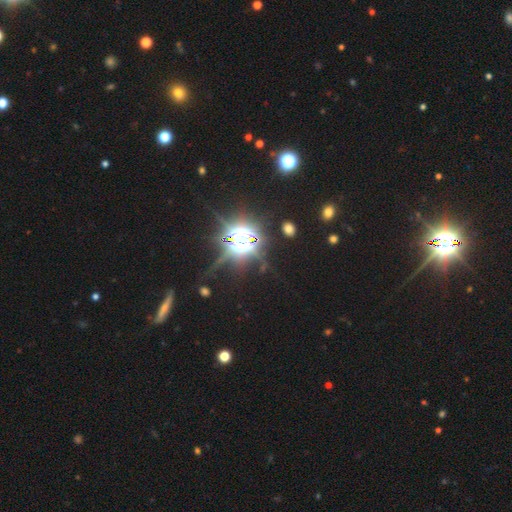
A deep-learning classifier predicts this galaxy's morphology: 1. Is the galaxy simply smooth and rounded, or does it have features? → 83% star or artifact, 9% smooth, 7% featured or disk.